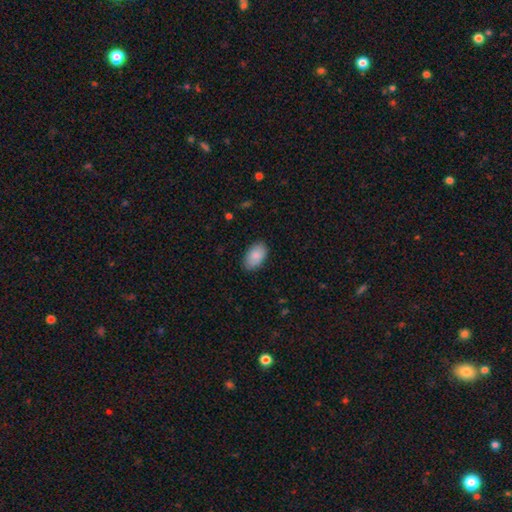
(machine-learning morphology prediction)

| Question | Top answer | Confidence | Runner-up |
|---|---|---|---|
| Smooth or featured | smooth | 86% | featured or disk (8%) |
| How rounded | in between | 94% | round (5%) |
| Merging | none | 85% | minor disturbance (12%) |